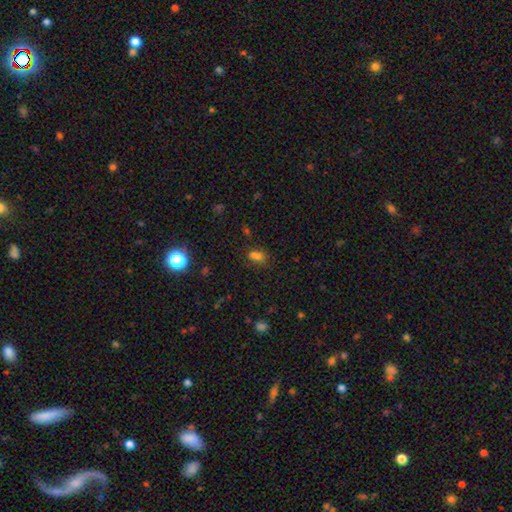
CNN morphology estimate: smooth 62%, star or artifact 30%, featured or disk 8%. Down the decision tree: how rounded — in between (66%); merging — none (57%).